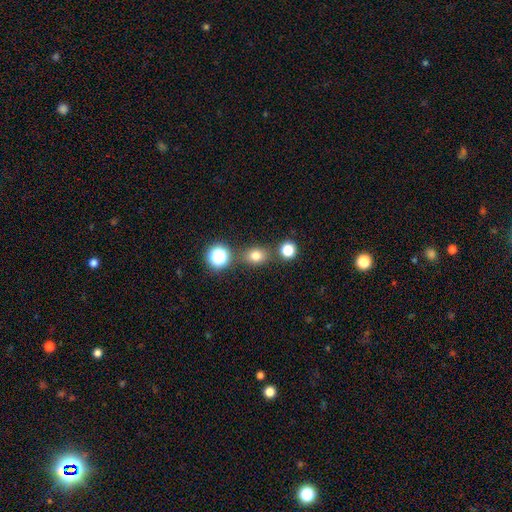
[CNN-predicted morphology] smooth-or-featured: smooth: 74% | star or artifact: 18% | featured or disk: 8%
  how-rounded: round: 56% | in between: 42% | cigar-shaped: 1%
  merging: none: 76% | minor disturbance: 11% | merger: 10% | major disturbance: 4%